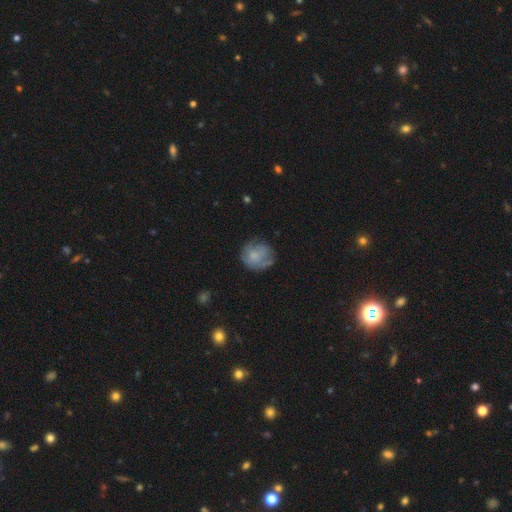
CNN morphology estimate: The model was most divided on "smooth or featured": smooth: 52%, featured or disk: 40%, star or artifact: 8%. More confident: how rounded — round (83%); merging — none (62%).